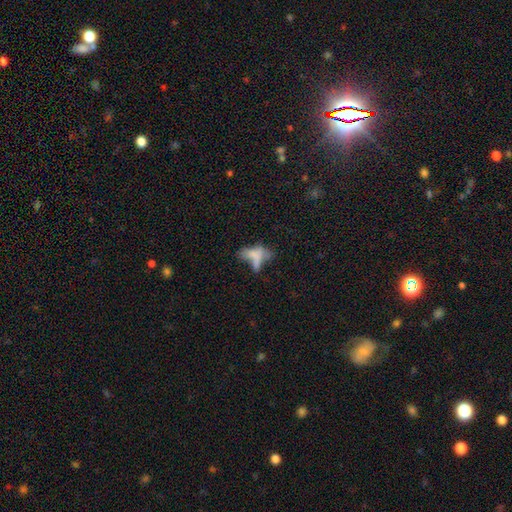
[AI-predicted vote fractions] This is possibly a smooth galaxy (55%). How rounded: likely in between (67%). Merging: marginally merger (32%).